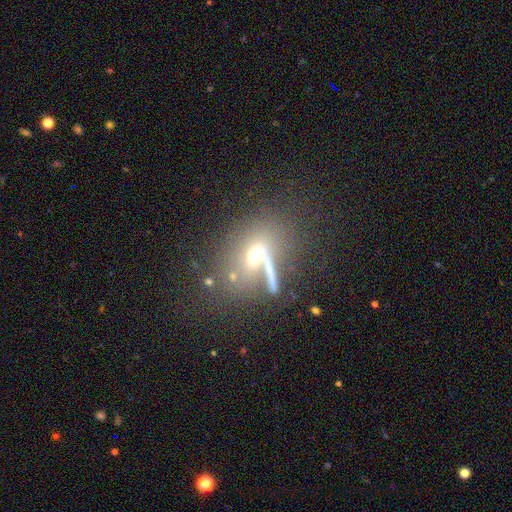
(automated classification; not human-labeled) Q: Smooth or featured?
A: smooth (55%); runner-up: featured or disk (27%)
Q: How rounded?
A: in between (54%); runner-up: round (38%)
Q: Merging?
A: none (49%); runner-up: merger (25%)